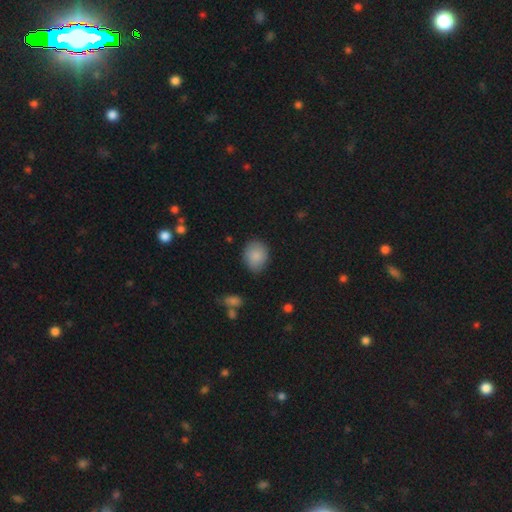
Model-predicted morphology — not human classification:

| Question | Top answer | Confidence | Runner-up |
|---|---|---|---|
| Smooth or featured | smooth | 87% | star or artifact (7%) |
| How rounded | round | 52% | in between (47%) |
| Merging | none | 79% | minor disturbance (16%) |